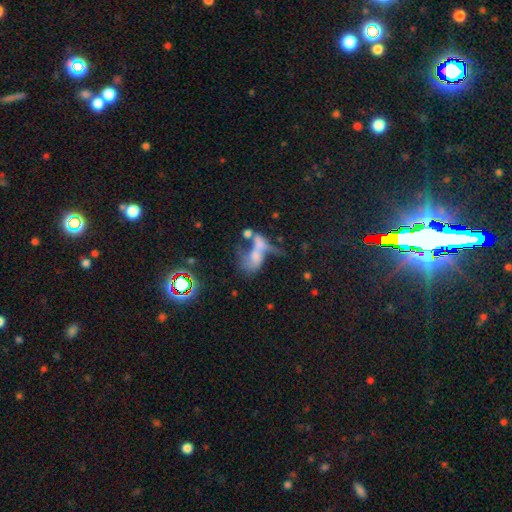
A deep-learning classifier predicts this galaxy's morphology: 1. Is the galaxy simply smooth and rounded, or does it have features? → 42% featured or disk, 34% smooth, 23% star or artifact.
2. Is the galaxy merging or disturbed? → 57% merger, 21% major disturbance, 14% none, 8% minor disturbance.